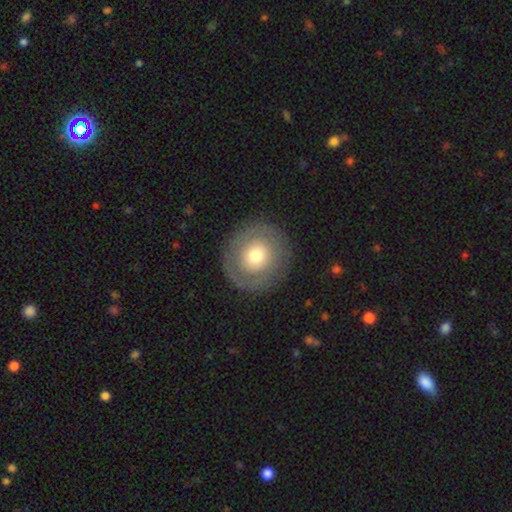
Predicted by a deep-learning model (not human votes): smooth 55%, featured or disk 38%, star or artifact 7%. Down the decision tree: how rounded — round (90%); merging — none (86%).